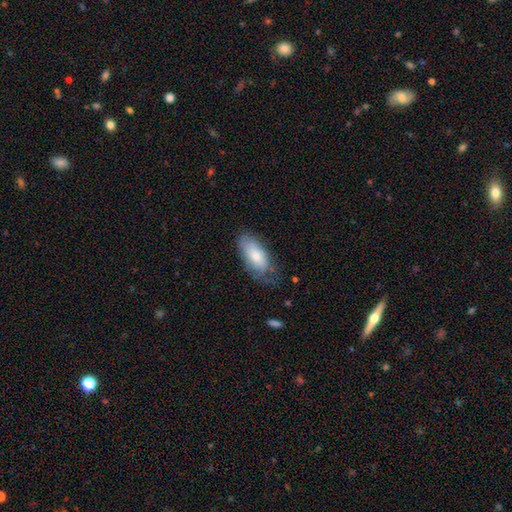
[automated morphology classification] The model was most divided on "merging": none: 57%, minor disturbance: 30%, major disturbance: 11%, merger: 2%. More confident: how rounded — in between (88%); smooth or featured — smooth (71%).